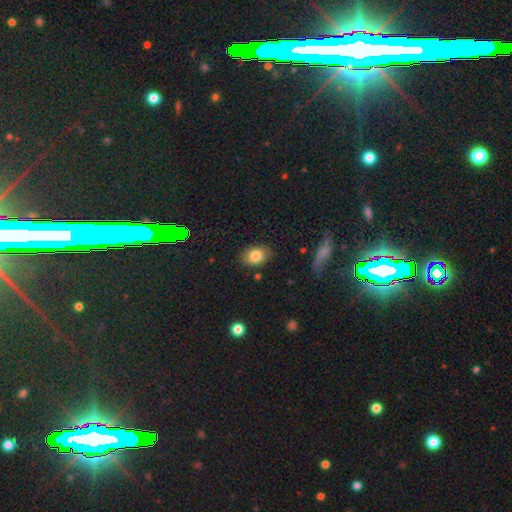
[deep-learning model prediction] smooth 82%, featured or disk 9%, star or artifact 9%. Down the decision tree: how rounded — in between (79%); merging — none (84%).